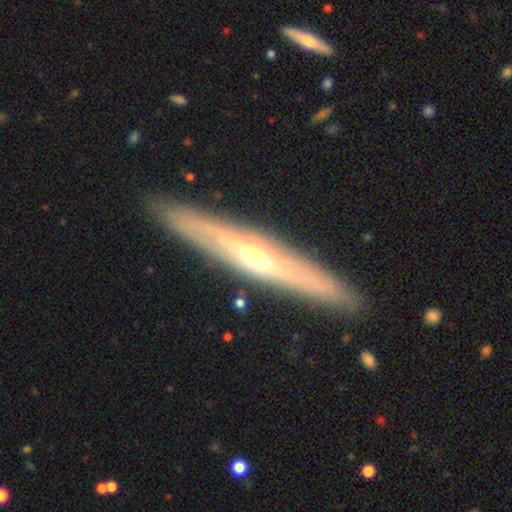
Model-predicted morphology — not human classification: Smooth or featured? Predicted: featured or disk (p=0.71). Edge-on disk? Predicted: yes (p=0.82). Edge-on bulge? Predicted: rounded (p=0.74). Merging? Predicted: none (p=0.89).